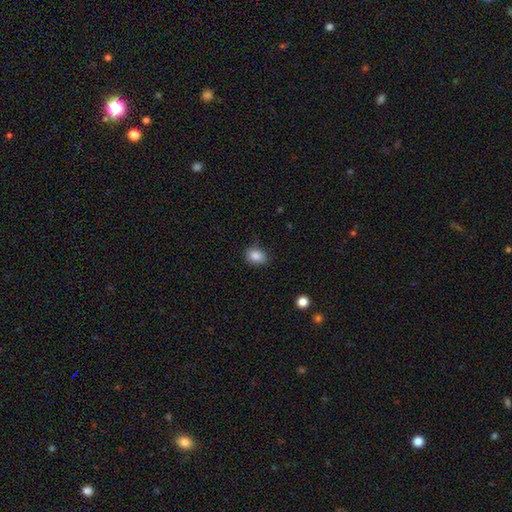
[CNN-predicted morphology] This appears to be a smooth galaxy with no disk features (86%) that is in between round and cigar-shaped (63%). Merging: none (76%).